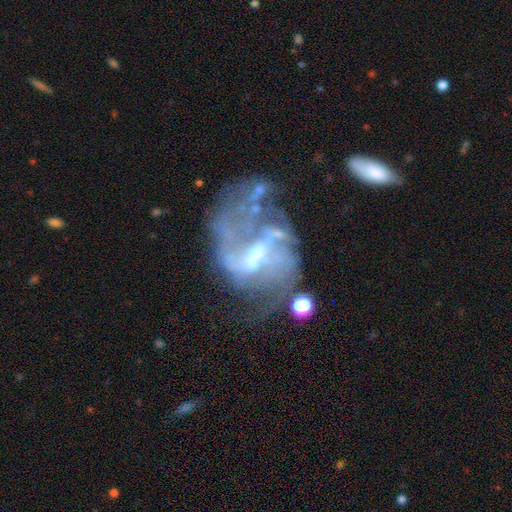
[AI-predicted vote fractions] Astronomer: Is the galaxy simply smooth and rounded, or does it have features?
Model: featured or disk — 79%.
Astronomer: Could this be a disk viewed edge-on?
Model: no — 97%.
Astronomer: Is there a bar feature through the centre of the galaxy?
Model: weak — 43% (runner-up: no, 34%).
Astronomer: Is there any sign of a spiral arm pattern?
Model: yes — 65%.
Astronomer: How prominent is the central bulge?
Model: none — 33% (runner-up: moderate, 32%).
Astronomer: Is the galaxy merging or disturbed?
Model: major disturbance — 37% (runner-up: none, 34%).